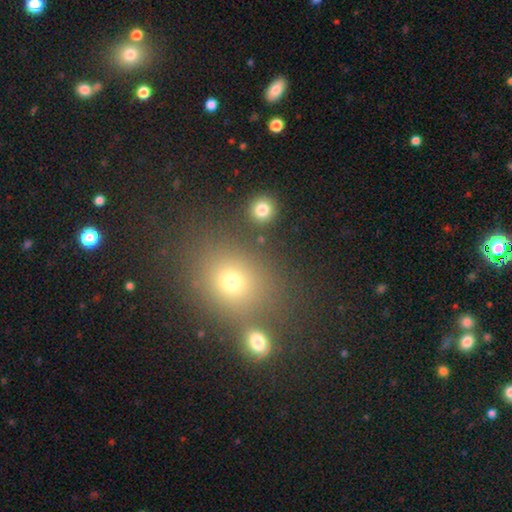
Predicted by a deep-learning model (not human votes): smooth_or_featured: smooth (p=0.57) [alt: star or artifact p=0.34]
how_rounded: round (p=0.64) [alt: in between p=0.34]
merging: none (p=0.80) [alt: minor disturbance p=0.08]